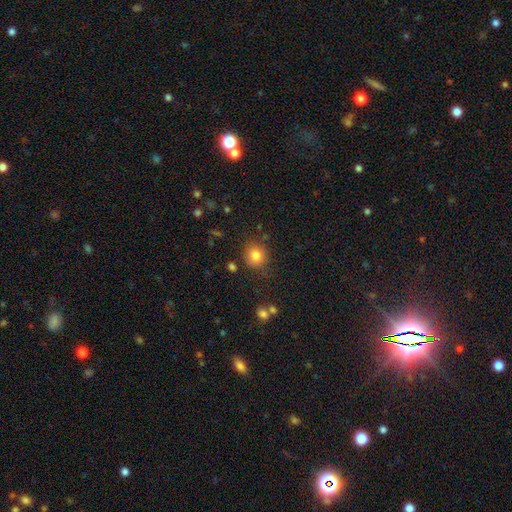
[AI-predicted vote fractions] Smooth or featured? Predicted: smooth (p=0.82). How rounded? Predicted: round (p=0.83). Merging? Predicted: none (p=0.80).